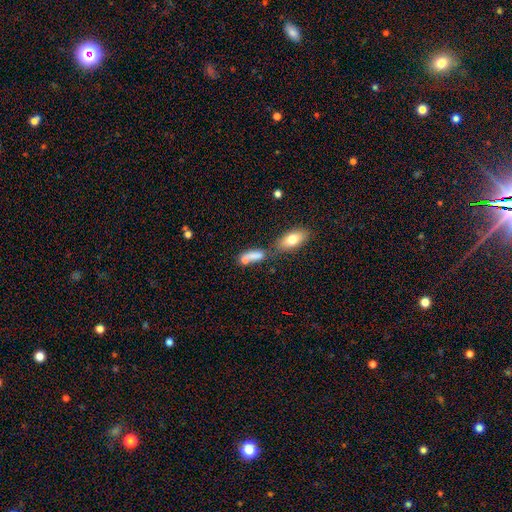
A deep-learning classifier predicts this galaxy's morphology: A smooth galaxy with no disk features (75%) that is in between round and cigar-shaped (67%).

Vote fractions:
- Smooth or featured? smooth: 75% / featured or disk: 15% / star or artifact: 11%
- How rounded? in between: 67% / cigar-shaped: 26% / round: 8%
- Merging? merger: 45% / none: 33% / minor disturbance: 13% / major disturbance: 9%